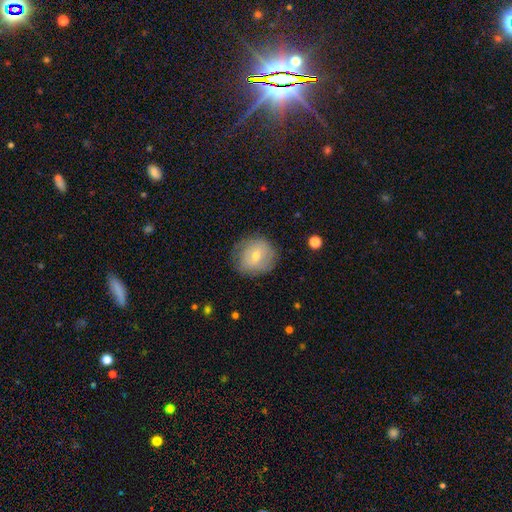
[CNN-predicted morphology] A smooth galaxy with no disk features (58%) that is round (86%). Merging: none (76%).